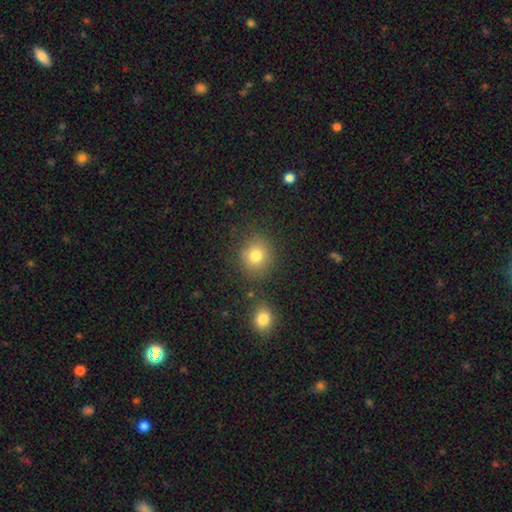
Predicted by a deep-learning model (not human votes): Morphology: type=smooth (80%); roundness=round (81%); merging=none (79%).